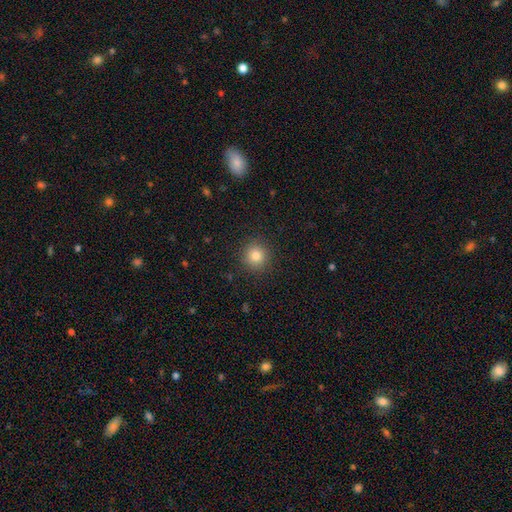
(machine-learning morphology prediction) This is clearly a smooth galaxy (82%). How rounded: clearly round (93%). Merging: clearly none (90%).